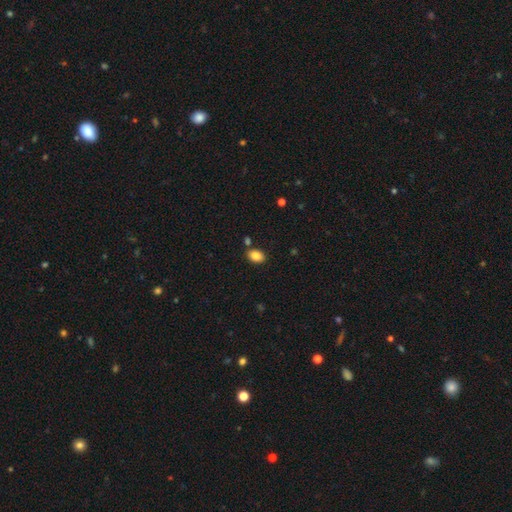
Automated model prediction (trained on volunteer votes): This appears to be a smooth galaxy with no disk features (85%) that is in between round and cigar-shaped (83%). Merging: none (81%).